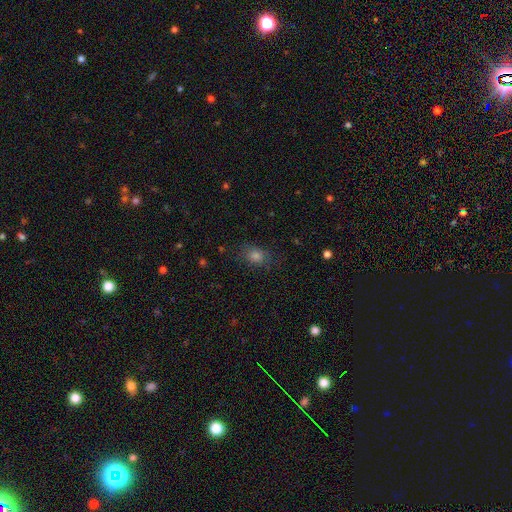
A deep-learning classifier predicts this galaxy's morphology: The model was most divided on "how rounded": in between: 56%, round: 42%, cigar-shaped: 2%. More confident: merging — none (79%); smooth or featured — smooth (72%).